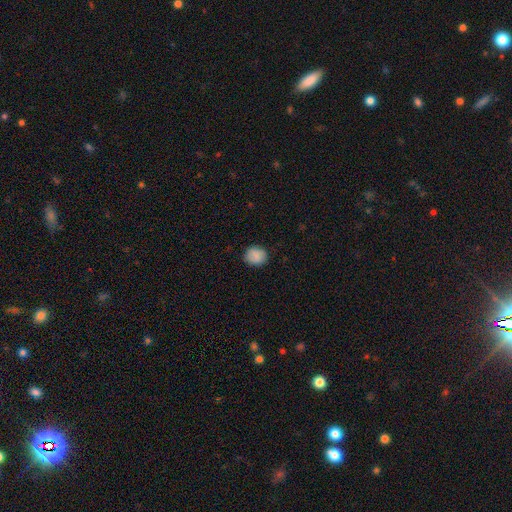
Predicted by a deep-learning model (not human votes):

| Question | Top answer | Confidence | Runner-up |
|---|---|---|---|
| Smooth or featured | smooth | 87% | star or artifact (8%) |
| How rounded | round | 71% | in between (28%) |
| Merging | none | 85% | minor disturbance (11%) |